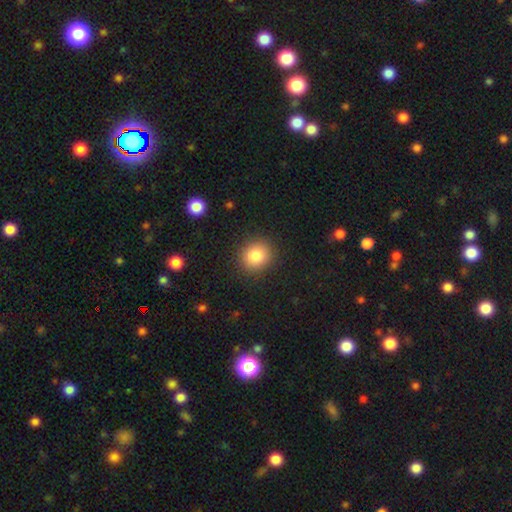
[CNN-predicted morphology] A smooth galaxy with no disk features (84%) that is round (81%). Merging: none (90%).